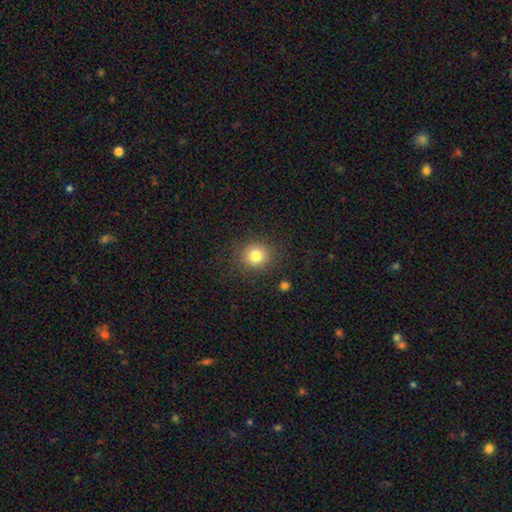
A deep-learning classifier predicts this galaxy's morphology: Smooth or featured: smooth — 81% (star or artifact — 12%)
How rounded: round — 86% (in between — 13%)
Merging: none — 87% (minor disturbance — 8%)